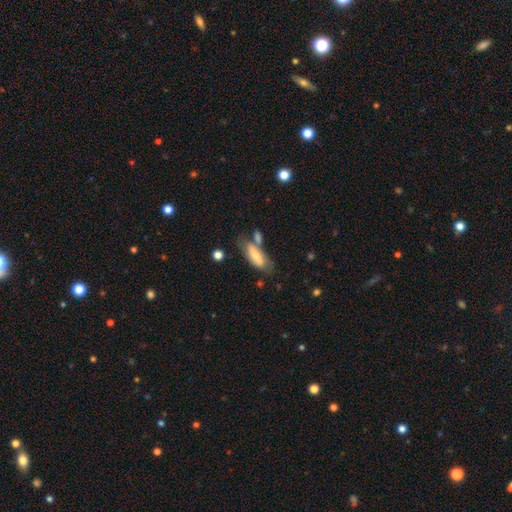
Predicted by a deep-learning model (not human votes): smooth 61%, featured or disk 33%, star or artifact 7%. Down the decision tree: how rounded — in between (66%); merging — none (51%).